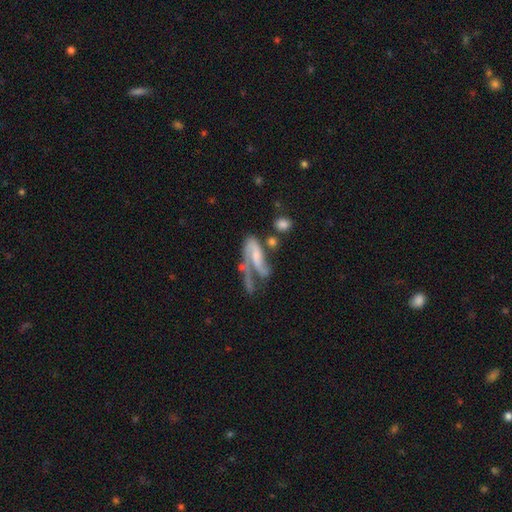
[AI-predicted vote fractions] Overall: featured or disk (67%). Edge-on disk: no (90%). Bar: no (49%; weak 32%). Spiral arms: yes (80%). Bulge size: small (42%; moderate 31%). Merging: major disturbance (37%; none 24%).